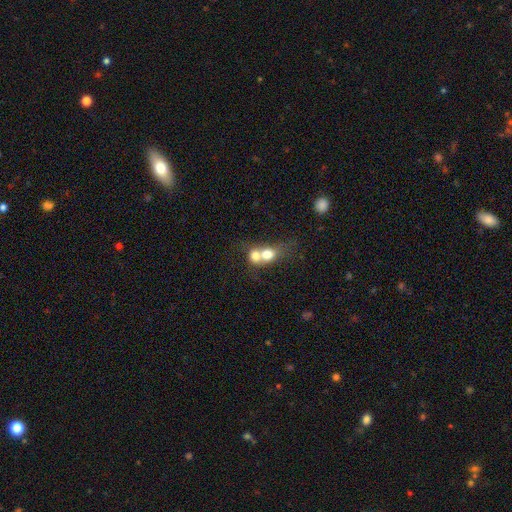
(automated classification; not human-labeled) Overall: smooth (70%). How rounded: round (61%; in between 37%). Merging: merger (75%).